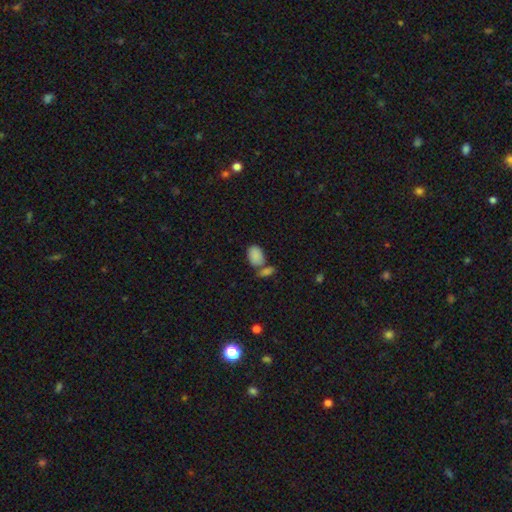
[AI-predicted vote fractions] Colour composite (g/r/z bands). It shows a smooth galaxy with no disk features (86%) that is in between round and cigar-shaped (90%). Merging: none (45%).